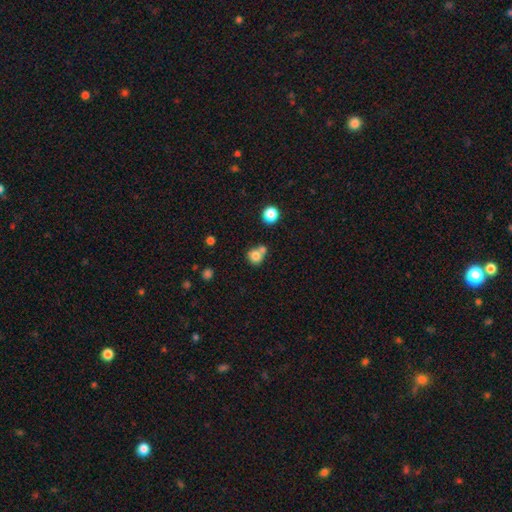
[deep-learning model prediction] This appears to be a smooth galaxy with no disk features (78%) that is round (85%). Merging: none (46%).